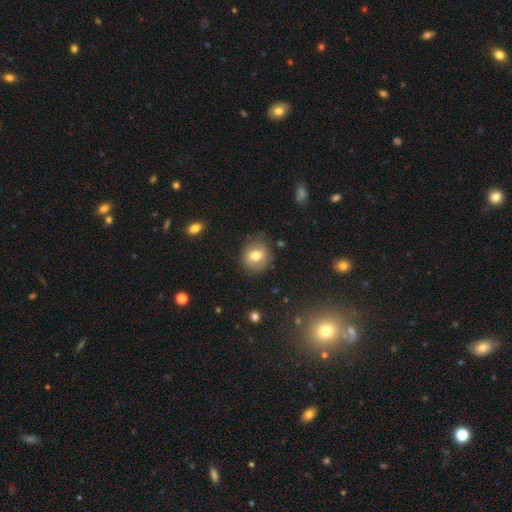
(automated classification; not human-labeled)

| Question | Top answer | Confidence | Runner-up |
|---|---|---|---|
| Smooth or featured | smooth | 69% | featured or disk (22%) |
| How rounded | round | 73% | in between (26%) |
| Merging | none | 78% | minor disturbance (16%) |